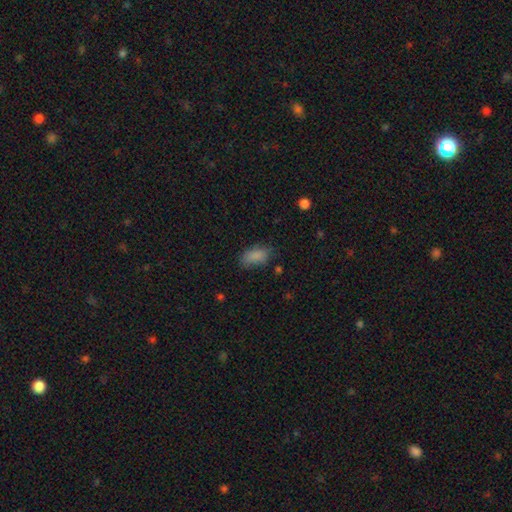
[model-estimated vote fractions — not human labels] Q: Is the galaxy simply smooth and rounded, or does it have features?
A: smooth — 84%.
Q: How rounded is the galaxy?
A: in between — 91%.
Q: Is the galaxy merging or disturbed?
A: none — 67%.